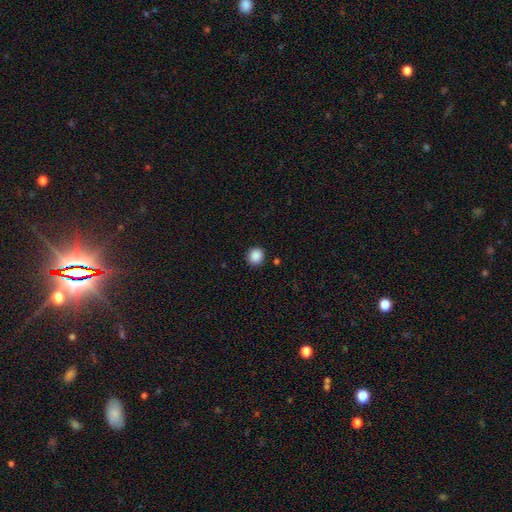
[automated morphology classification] A smooth galaxy with no disk features (88%) that is round (91%). Merging: none (91%).